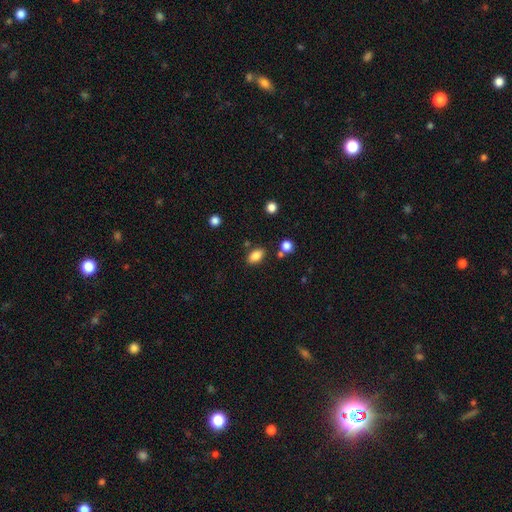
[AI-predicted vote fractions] Smooth or featured? Predicted: smooth (p=0.84). How rounded? Predicted: in between (p=0.88). Merging? Predicted: none (p=0.80).